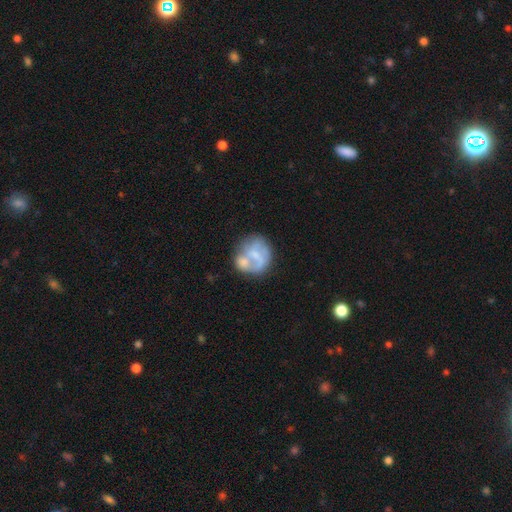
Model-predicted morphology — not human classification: A featured or disk galaxy (52%) with no bar (58%), no spiral arms (55%) and a small central bulge (34%). Merging: none (37%).